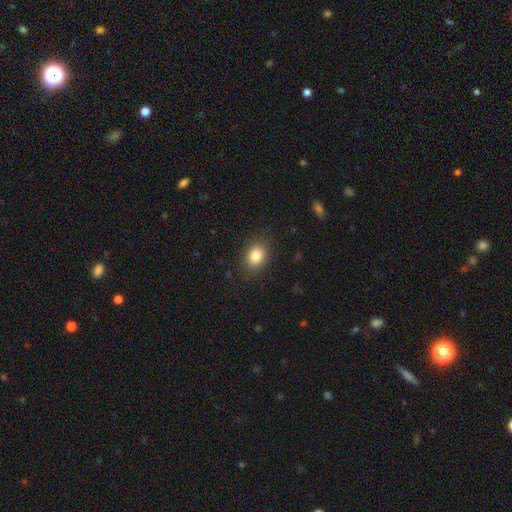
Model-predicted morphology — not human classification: A smooth galaxy with no disk features (83%) that is in between round and cigar-shaped (56%).

Vote fractions:
- Smooth or featured? smooth: 83% / star or artifact: 10% / featured or disk: 7%
- How rounded? in between: 56% / round: 43% / cigar-shaped: 1%
- Merging? none: 86% / minor disturbance: 10% / major disturbance: 3% / merger: 1%